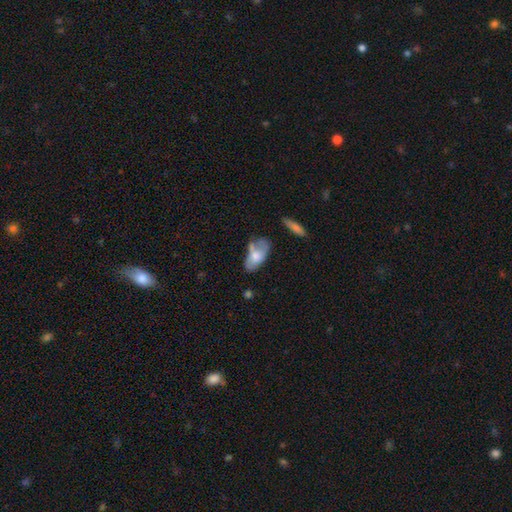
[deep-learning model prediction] Morphology: type=smooth (63%); roundness=in between (91%); merging=none (37%).